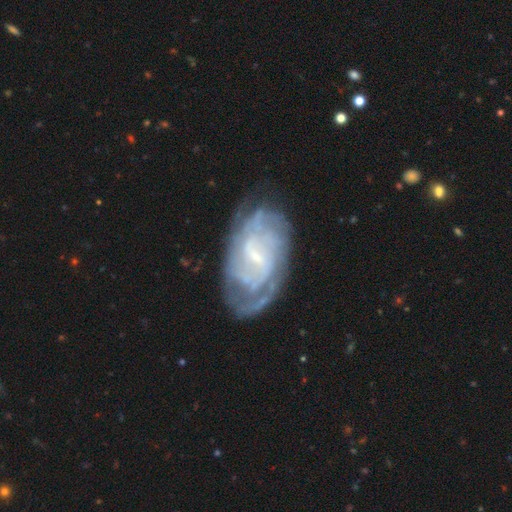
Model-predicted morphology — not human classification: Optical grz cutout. It shows a featured or disk galaxy (84%) with a weak bar (57%), tight (55%) spiral arms (92%) and a small central bulge (70%). Merging: none (68%).